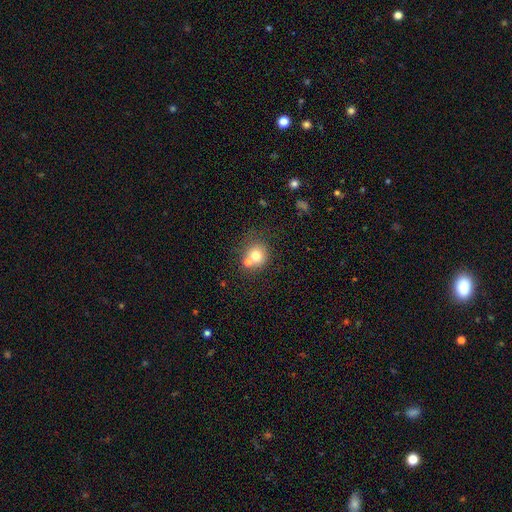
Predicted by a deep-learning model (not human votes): Morphology: type=smooth (71%); roundness=round (84%); merging=none (50%).